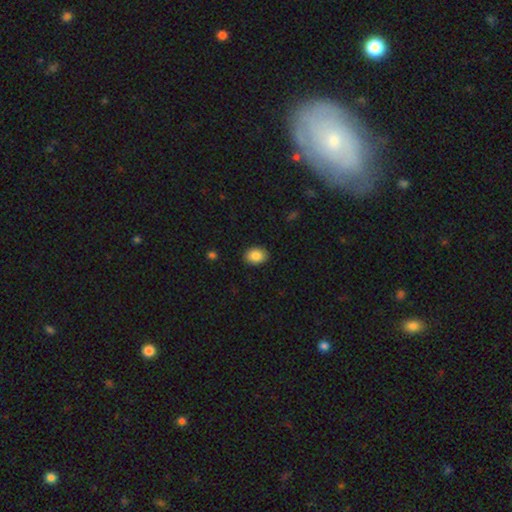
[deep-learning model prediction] Smooth or featured: smooth — 87% (star or artifact — 8%)
How rounded: in between — 71% (round — 28%)
Merging: none — 89% (minor disturbance — 8%)